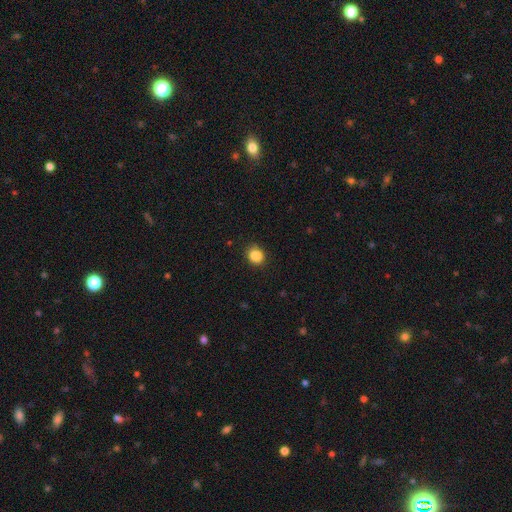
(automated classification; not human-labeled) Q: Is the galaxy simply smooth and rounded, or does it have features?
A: smooth — 86%.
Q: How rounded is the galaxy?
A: round — 73%.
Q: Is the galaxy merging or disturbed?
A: none — 83%.